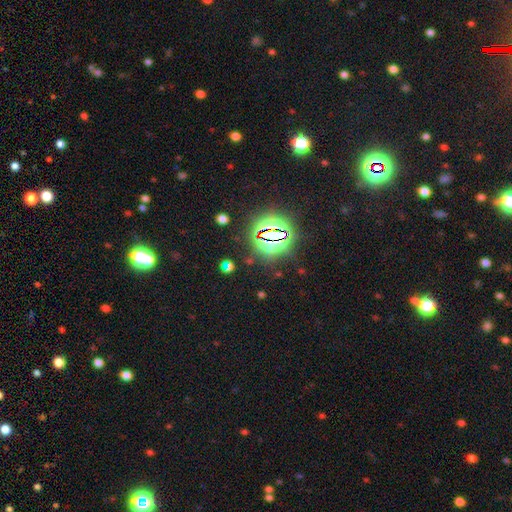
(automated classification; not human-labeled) Overall: star or artifact (83%).